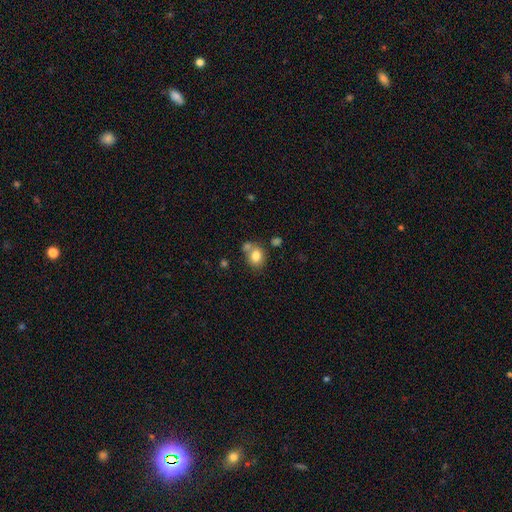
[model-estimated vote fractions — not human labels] This is likely a smooth galaxy (80%). How rounded: possibly round (57%). Merging: possibly none (50%).